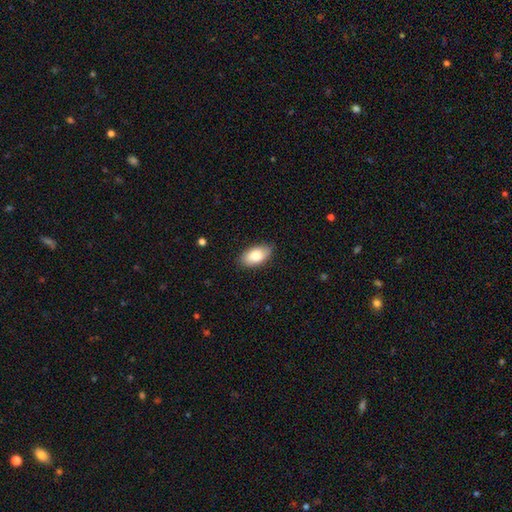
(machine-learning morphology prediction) Smooth or featured? smooth (83%)
How rounded? in between (94%)
Merging? none (80%)